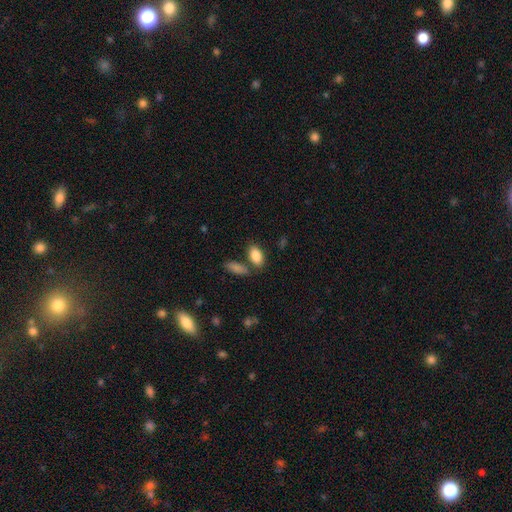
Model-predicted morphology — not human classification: Overall: smooth (87%). How rounded: in between (92%). Merging: none (68%).